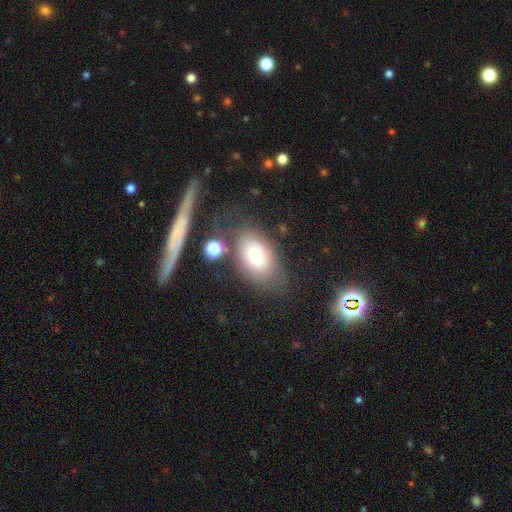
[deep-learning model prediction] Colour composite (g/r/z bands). It shows a smooth galaxy with no disk features (66%) that is in between round and cigar-shaped (85%). Merging: none (62%).